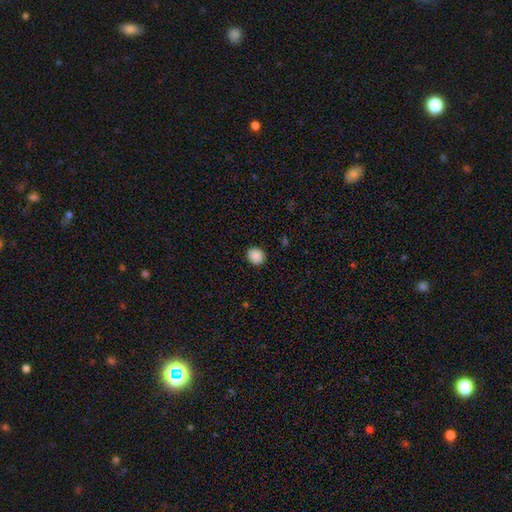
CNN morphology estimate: Smooth or featured? smooth (89%)
How rounded? round (80%)
Merging? none (91%)